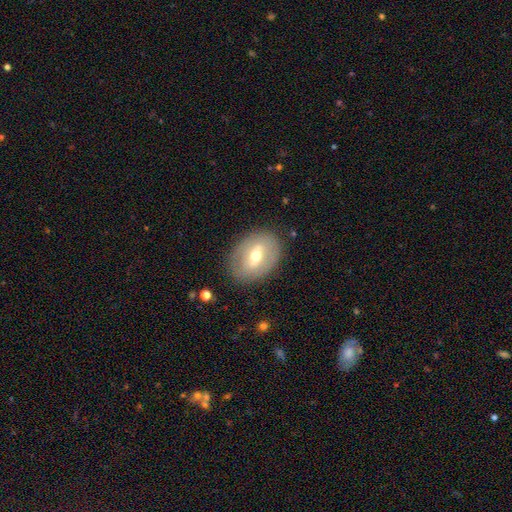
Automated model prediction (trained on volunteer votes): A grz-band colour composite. It shows a featured or disk galaxy (53%). Merging: none (82%).